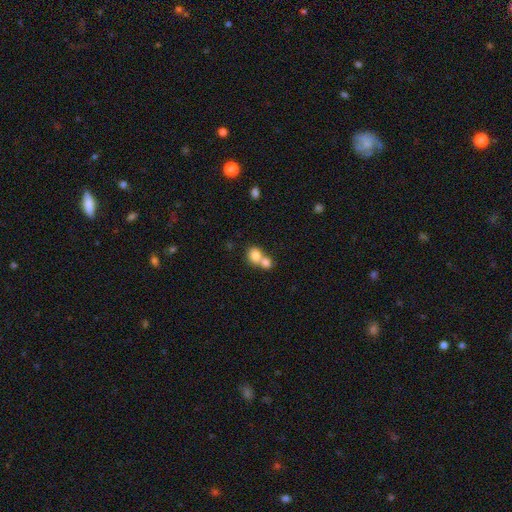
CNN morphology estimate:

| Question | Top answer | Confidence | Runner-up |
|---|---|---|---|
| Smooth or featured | smooth | 80% | featured or disk (12%) |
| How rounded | round | 69% | in between (29%) |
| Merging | merger | 65% | none (27%) |